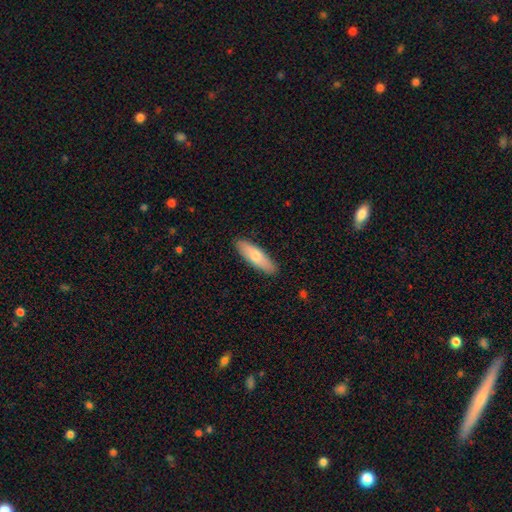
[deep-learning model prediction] Q: Smooth or featured?
A: smooth (71%); runner-up: featured or disk (24%)
Q: How rounded?
A: cigar-shaped (54%); runner-up: in between (44%)
Q: Merging?
A: none (89%); runner-up: minor disturbance (9%)